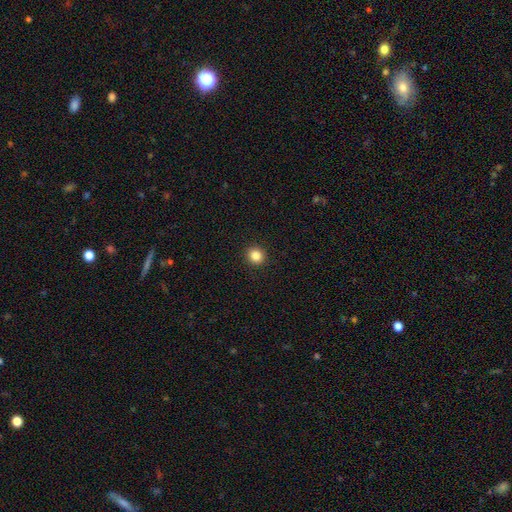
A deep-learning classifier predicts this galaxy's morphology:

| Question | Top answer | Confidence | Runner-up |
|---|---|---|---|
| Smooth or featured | smooth | 85% | star or artifact (11%) |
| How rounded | round | 90% | in between (9%) |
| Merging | none | 93% | minor disturbance (5%) |